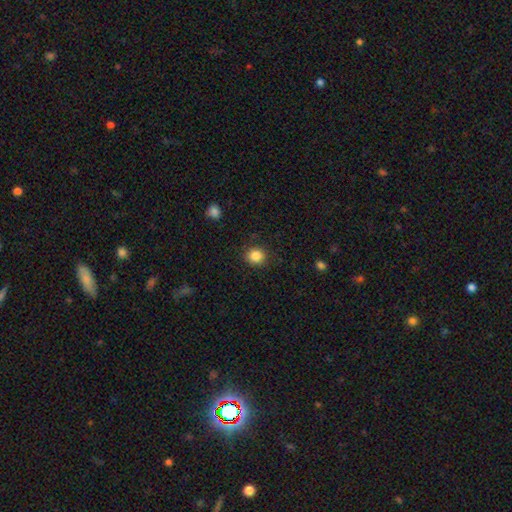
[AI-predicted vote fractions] A smooth galaxy with no disk features (86%) that is round (86%). Merging: none (89%).